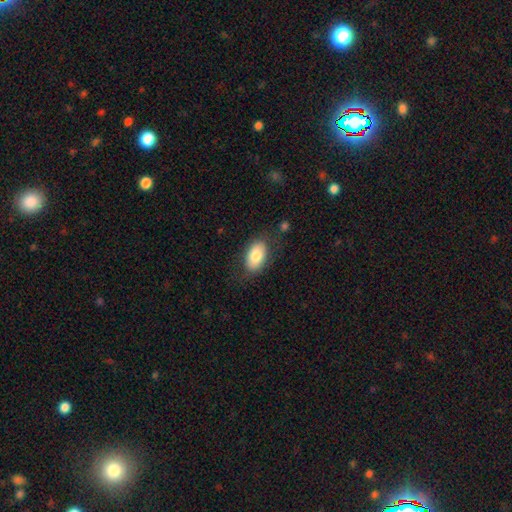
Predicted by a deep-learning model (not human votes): Morphology: type=smooth (80%); roundness=in between (92%); merging=none (77%).